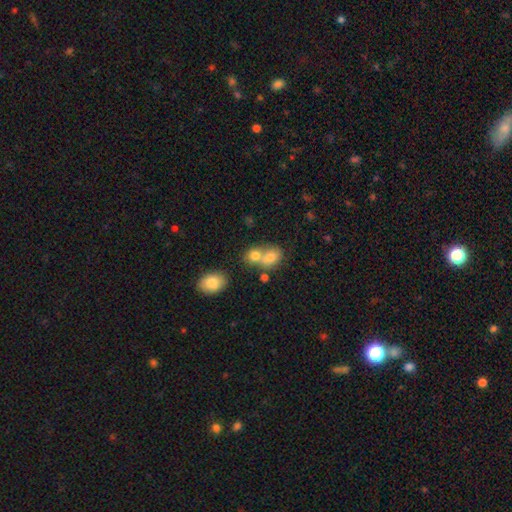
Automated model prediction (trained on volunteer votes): Q: Smooth or featured?
A: smooth (63%); runner-up: star or artifact (20%)
Q: How rounded?
A: round (51%); runner-up: in between (46%)
Q: Merging?
A: merger (46%); runner-up: none (42%)